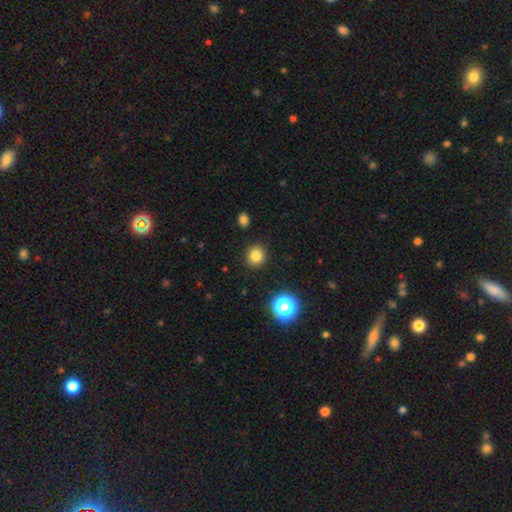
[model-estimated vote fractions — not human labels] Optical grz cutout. It shows a smooth galaxy with no disk features (81%) that is round (91%). Merging: none (90%).